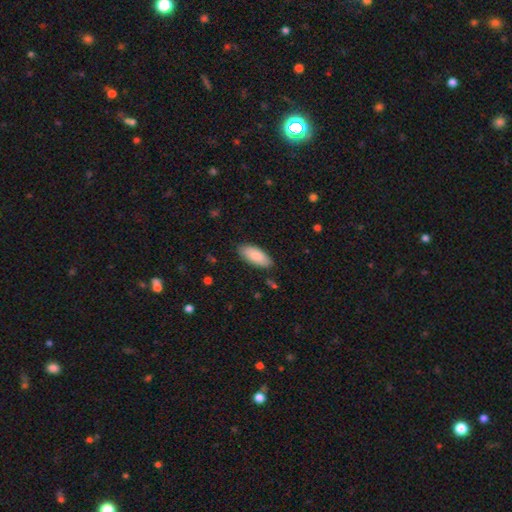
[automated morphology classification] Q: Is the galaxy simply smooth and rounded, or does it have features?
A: smooth — 88%.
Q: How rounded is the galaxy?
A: in between — 84%.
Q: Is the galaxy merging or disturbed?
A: none — 86%.